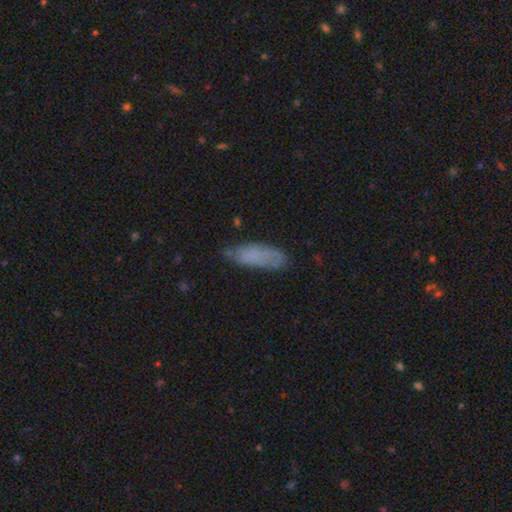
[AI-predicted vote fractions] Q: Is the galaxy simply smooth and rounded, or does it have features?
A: smooth — 71%.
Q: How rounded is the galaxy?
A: in between — 60%.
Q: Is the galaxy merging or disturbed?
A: none — 62%.